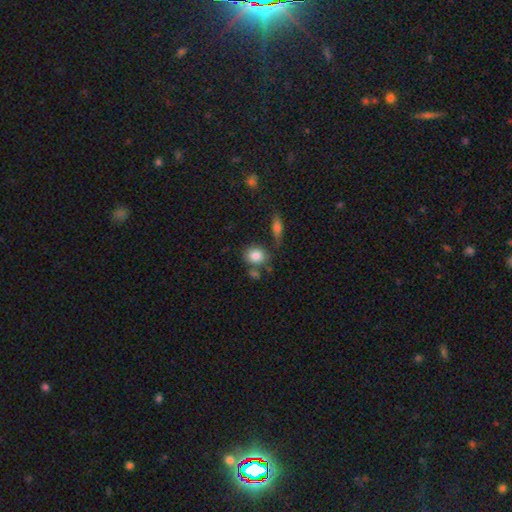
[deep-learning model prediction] This appears to be a smooth galaxy with no disk features (83%) that is round (64%). Merging: none (65%).